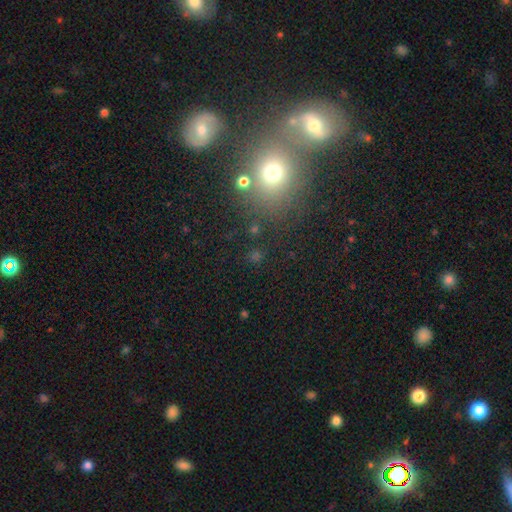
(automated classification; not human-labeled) Smooth or featured? smooth (52%)
How rounded? round (79%)
Merging? none (77%)